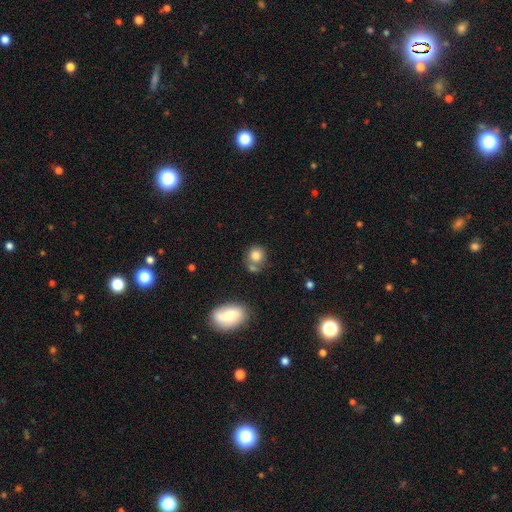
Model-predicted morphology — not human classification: smooth-or-featured: smooth: 81% | star or artifact: 10% | featured or disk: 9%
  how-rounded: round: 82% | in between: 17% | cigar-shaped: 1%
  merging: none: 57% | merger: 24% | minor disturbance: 14% | major disturbance: 5%